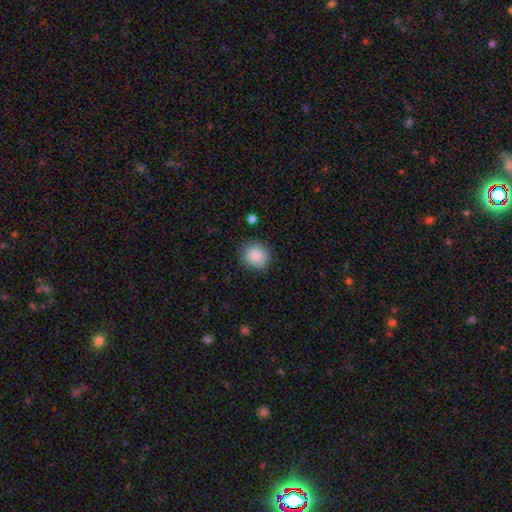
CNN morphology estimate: Q: Smooth or featured?
A: smooth (82%); runner-up: star or artifact (9%)
Q: How rounded?
A: round (86%); runner-up: in between (13%)
Q: Merging?
A: none (84%); runner-up: minor disturbance (12%)